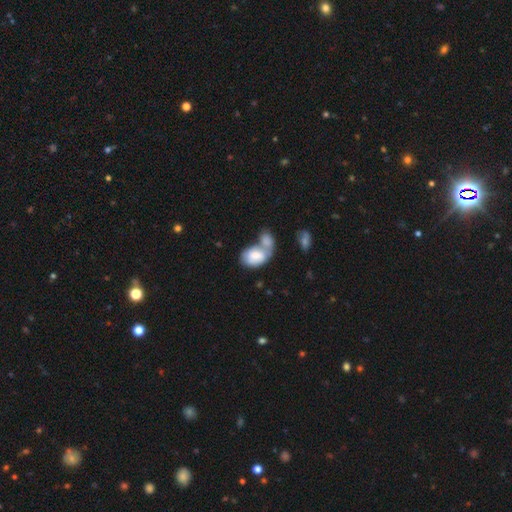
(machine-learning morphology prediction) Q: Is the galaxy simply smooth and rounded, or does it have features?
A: smooth — 66%.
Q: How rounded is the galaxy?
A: in between — 85%.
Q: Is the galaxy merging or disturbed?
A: merger — 63%.